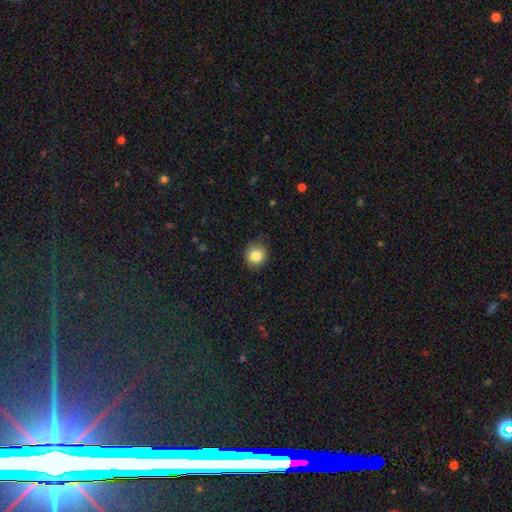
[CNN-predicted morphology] type=smooth (86%); roundness=round (85%); merging=none (84%).